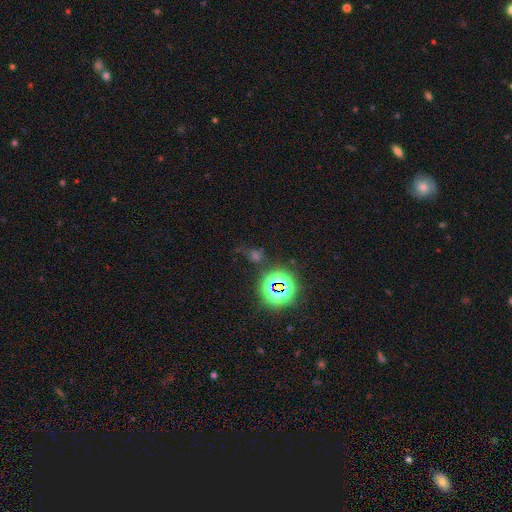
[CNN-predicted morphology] A star or artifact, not a galaxy (65%).

Vote fractions:
- Smooth or featured? star or artifact: 65% / smooth: 24% / featured or disk: 10%